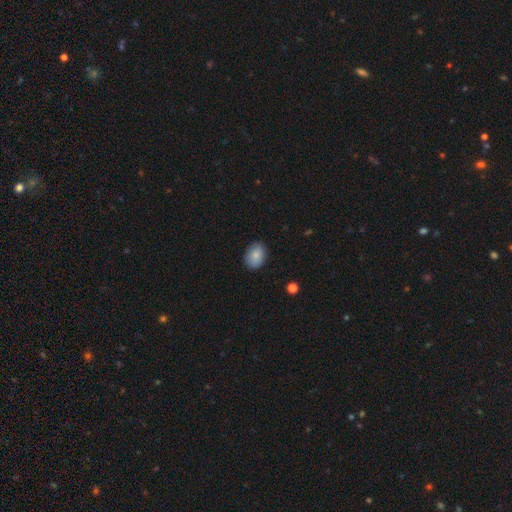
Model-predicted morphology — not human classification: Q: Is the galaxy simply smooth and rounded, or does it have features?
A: smooth — 87%.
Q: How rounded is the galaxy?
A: in between — 73%.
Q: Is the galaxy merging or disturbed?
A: none — 87%.